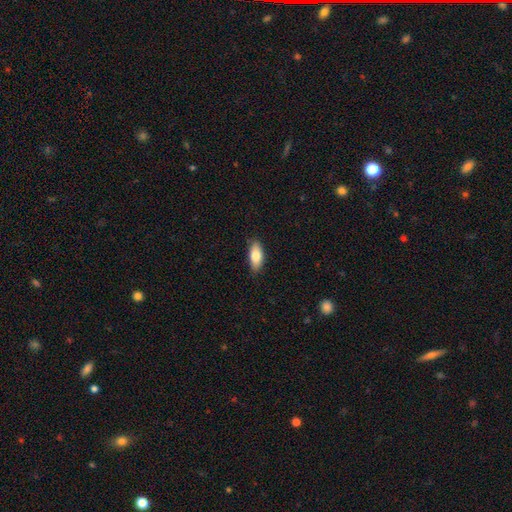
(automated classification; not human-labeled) The model was most divided on "smooth or featured": smooth: 80%, featured or disk: 13%, star or artifact: 6%. More confident: merging — none (85%); how rounded — in between (83%).